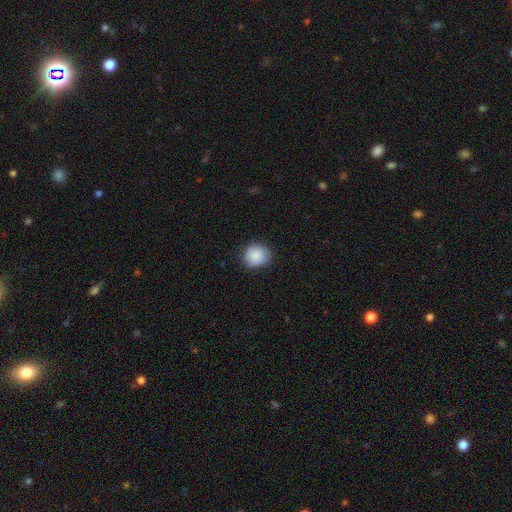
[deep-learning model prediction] smooth 88%, star or artifact 7%, featured or disk 5%. Down the decision tree: how rounded — round (81%); merging — none (81%).